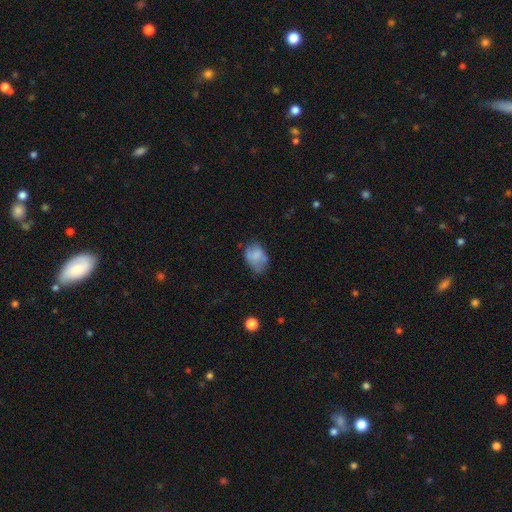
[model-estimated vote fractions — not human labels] smooth-or-featured: smooth: 70% | featured or disk: 20% | star or artifact: 10%
  how-rounded: in between: 75% | round: 24% | cigar-shaped: 1%
  merging: none: 43% | minor disturbance: 36% | major disturbance: 18% | merger: 4%